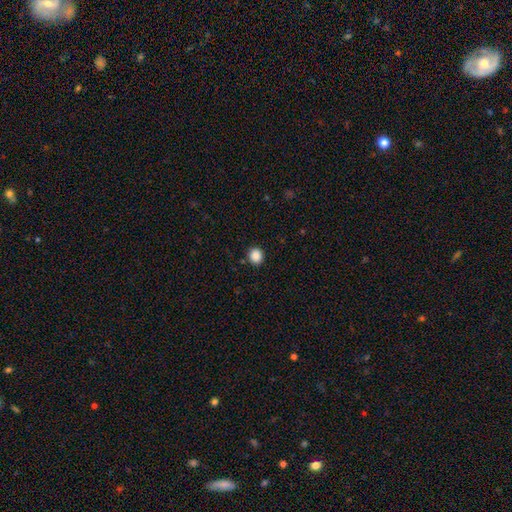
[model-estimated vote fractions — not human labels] Smooth or featured: smooth — 88% (star or artifact — 9%)
How rounded: round — 84% (in between — 15%)
Merging: none — 91% (minor disturbance — 6%)